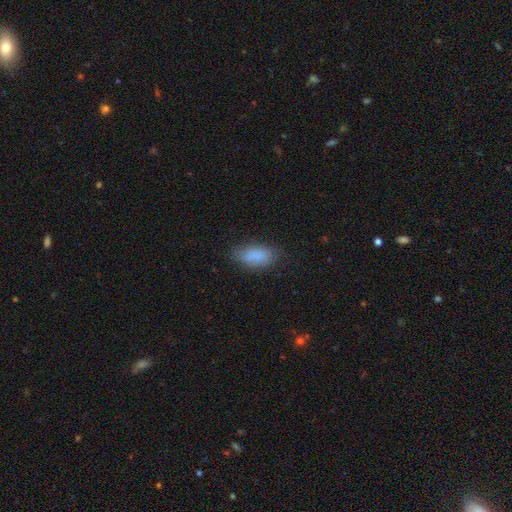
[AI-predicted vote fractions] smooth 85%, featured or disk 8%, star or artifact 8%. Down the decision tree: how rounded — in between (88%); merging — none (72%).